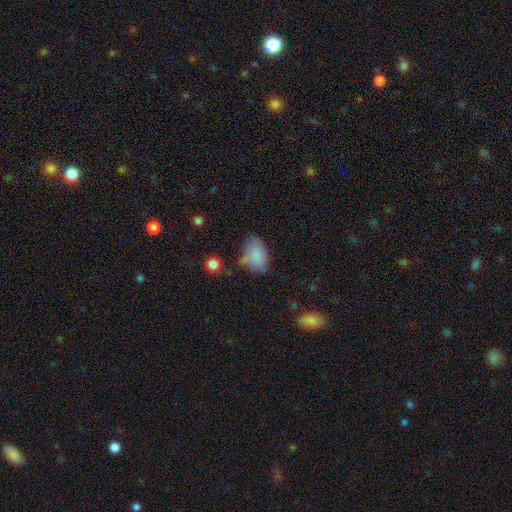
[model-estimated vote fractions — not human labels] This is clearly a smooth galaxy (81%). How rounded: clearly in between (83%). Merging: possibly none (51%).